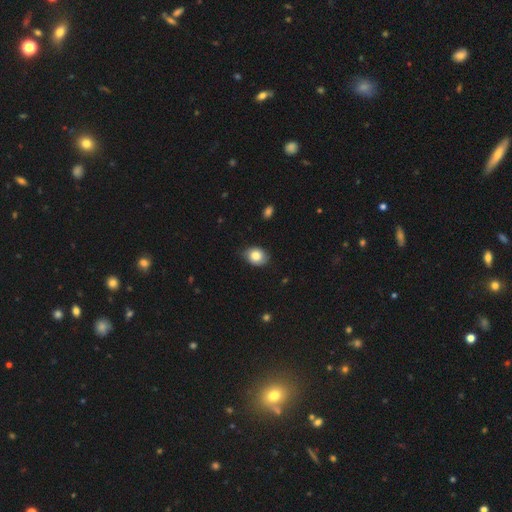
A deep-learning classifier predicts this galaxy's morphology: Smooth or featured? Predicted: smooth (p=0.82). How rounded? Predicted: in between (p=0.59). Merging? Predicted: none (p=0.78).